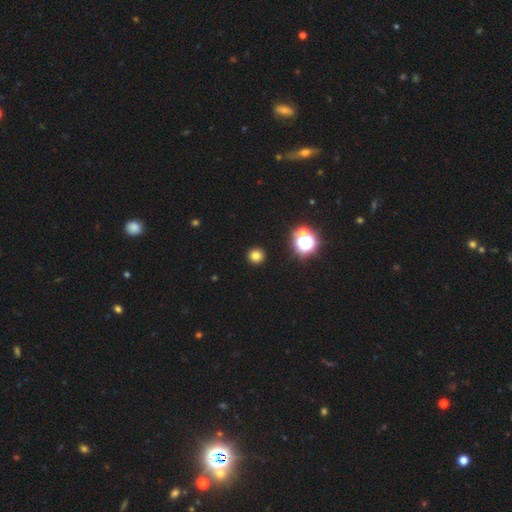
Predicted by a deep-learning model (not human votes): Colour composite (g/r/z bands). It shows a smooth galaxy with no disk features (75%) that is round (95%). Merging: none (92%).